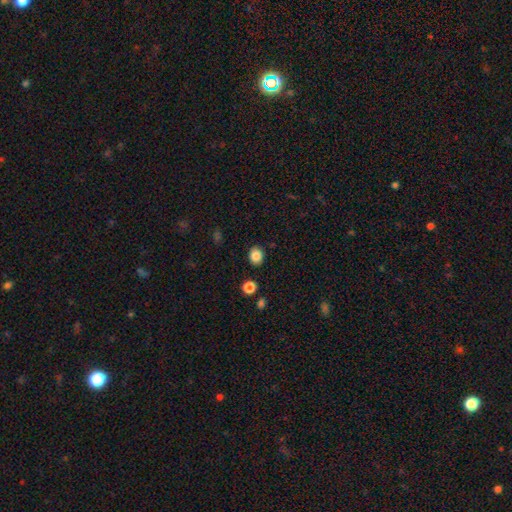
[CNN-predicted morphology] Overall: smooth (86%). How rounded: round (57%; in between 42%). Merging: none (88%).